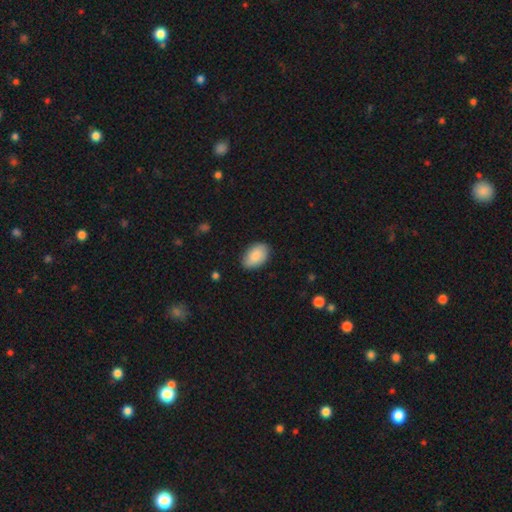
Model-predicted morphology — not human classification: The model was most divided on "merging": none: 83%, minor disturbance: 13%, major disturbance: 2%, merger: 1%. More confident: how rounded — in between (93%); smooth or featured — smooth (87%).